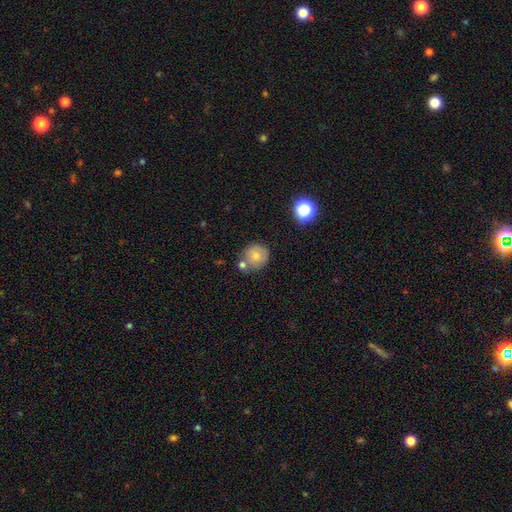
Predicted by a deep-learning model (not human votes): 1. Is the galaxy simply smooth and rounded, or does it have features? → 75% smooth, 15% featured or disk, 11% star or artifact.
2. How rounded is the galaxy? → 88% round, 11% in between, 1% cigar-shaped.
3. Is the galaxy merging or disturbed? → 61% none, 20% merger, 15% minor disturbance, 4% major disturbance.